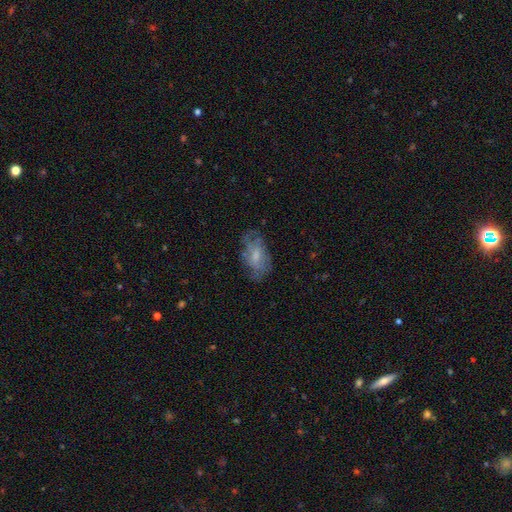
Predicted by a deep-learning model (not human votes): Morphology: type=smooth (46%, tied with featured or disk); merging=none (60%).